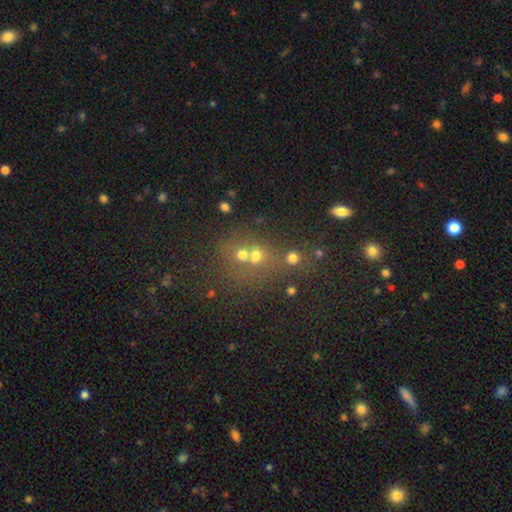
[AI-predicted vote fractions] A smooth galaxy with no disk features (55%) that is round (78%). Merging: merger (43%, tied with none).